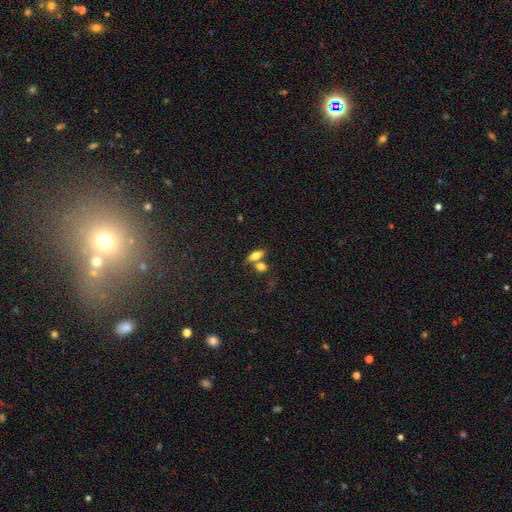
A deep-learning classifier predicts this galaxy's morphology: A smooth galaxy with no disk features (70%) that is in between round and cigar-shaped (76%).

Vote fractions:
- Smooth or featured? smooth: 70% / featured or disk: 20% / star or artifact: 10%
- How rounded? in between: 76% / cigar-shaped: 17% / round: 7%
- Merging? none: 50% / merger: 34% / minor disturbance: 11% / major disturbance: 5%